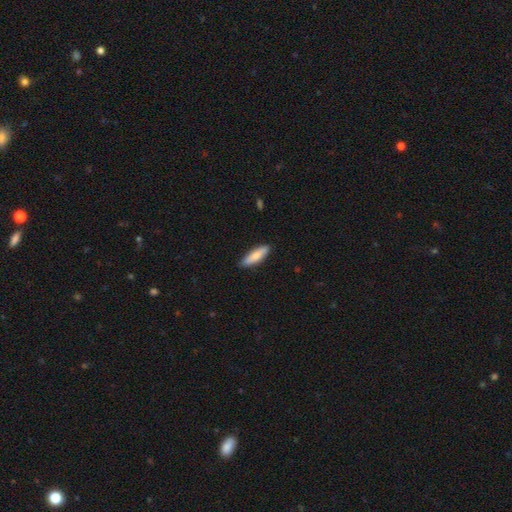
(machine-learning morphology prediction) The model was most divided on "how rounded": cigar-shaped: 56%, in between: 43%, round: 2%. More confident: merging — none (87%); smooth or featured — smooth (76%).